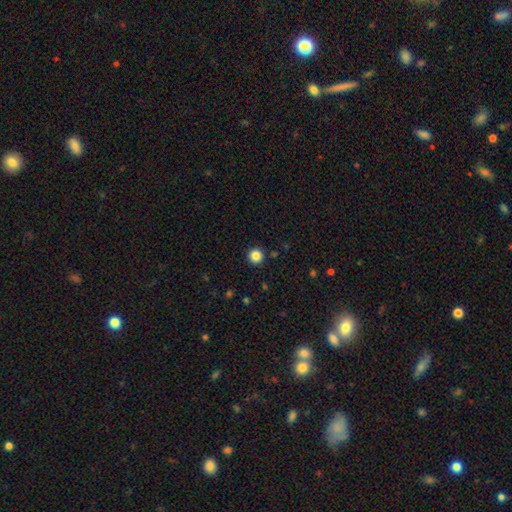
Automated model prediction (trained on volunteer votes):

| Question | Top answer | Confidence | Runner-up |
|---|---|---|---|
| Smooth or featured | smooth | 85% | star or artifact (11%) |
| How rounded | round | 96% | in between (3%) |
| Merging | none | 93% | minor disturbance (5%) |